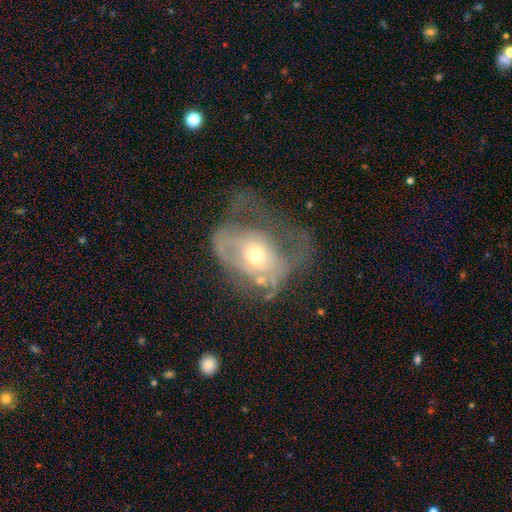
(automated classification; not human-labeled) Smooth or featured? featured or disk (63%)
Edge-on disk? no (95%)
Bar? no (80%)
Spiral arms? no (55%)
Bulge size? moderate (51%)
Merging? major disturbance (55%)